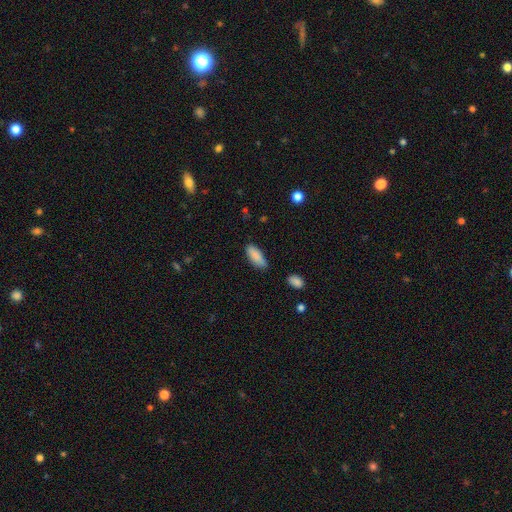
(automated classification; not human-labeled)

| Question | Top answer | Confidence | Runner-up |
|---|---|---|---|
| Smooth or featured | smooth | 88% | star or artifact (7%) |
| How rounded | in between | 76% | cigar-shaped (23%) |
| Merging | none | 71% | minor disturbance (22%) |